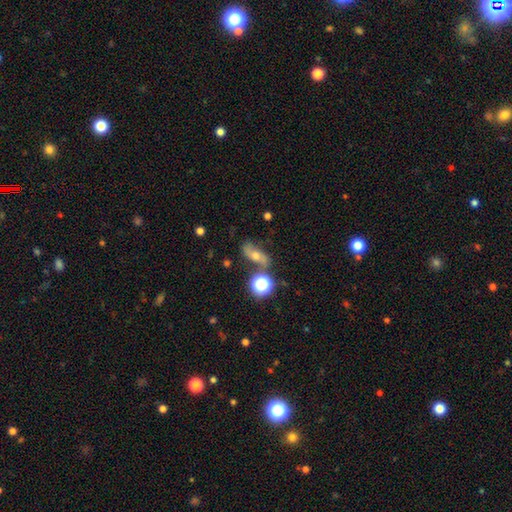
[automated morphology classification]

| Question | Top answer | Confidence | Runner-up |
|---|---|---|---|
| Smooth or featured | featured or disk | 50% | smooth (32%) |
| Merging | none | 65% | minor disturbance (17%) |